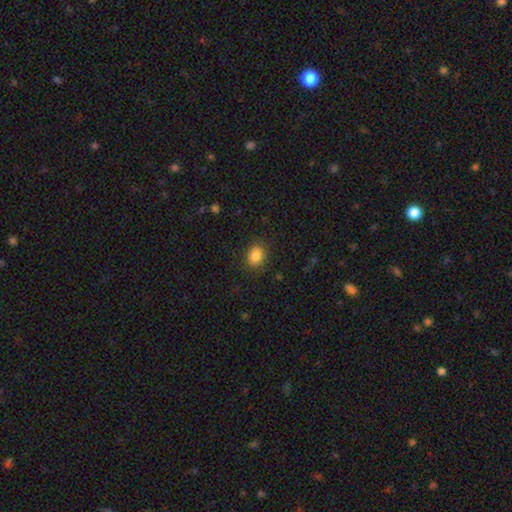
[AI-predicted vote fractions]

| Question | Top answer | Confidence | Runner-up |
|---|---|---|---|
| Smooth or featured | smooth | 86% | star or artifact (10%) |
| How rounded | round | 53% | in between (47%) |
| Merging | none | 86% | minor disturbance (10%) |